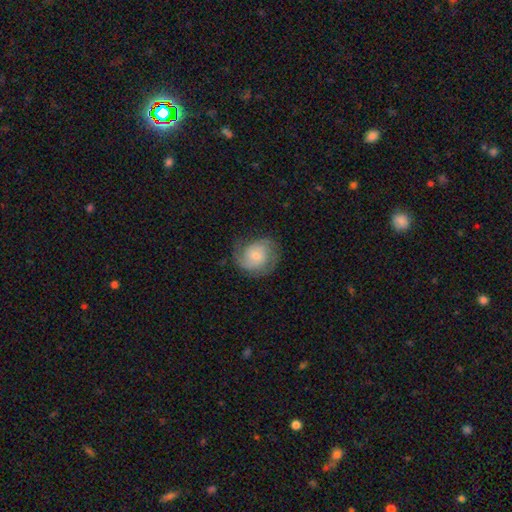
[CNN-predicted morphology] Smooth or featured: featured or disk — 65% (smooth — 28%)
Edge-on disk: no — 98% (yes — 2%)
Bar: no — 74% (weak — 22%)
Spiral arms: yes — 91% (no — 9%)
Spiral winding: tight — 45% (medium — 40%)
Spiral arm count: 2 — 60% (can't tell — 18%)
Bulge size: small — 58% (moderate — 35%)
Merging: none — 71% (minor disturbance — 19%)